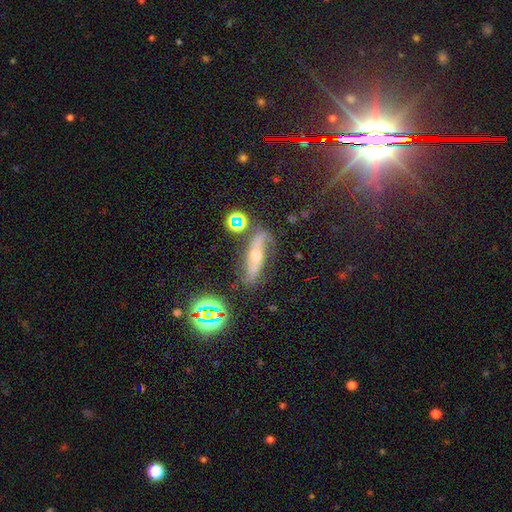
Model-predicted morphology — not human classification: smooth-or-featured: featured or disk: 60% | smooth: 22% | star or artifact: 18%
  disk-edge-on: no: 63% | yes: 37%
  merging: none: 63% | minor disturbance: 20% | major disturbance: 11% | merger: 6%